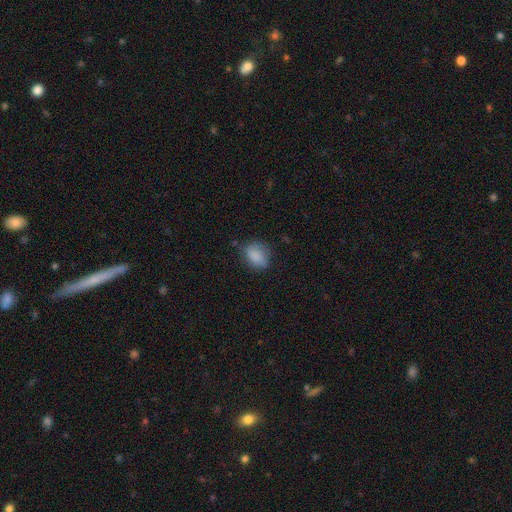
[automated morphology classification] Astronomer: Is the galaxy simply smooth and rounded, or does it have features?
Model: smooth — 81%.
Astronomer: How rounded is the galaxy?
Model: in between — 64%.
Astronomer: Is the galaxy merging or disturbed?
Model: none — 59%.